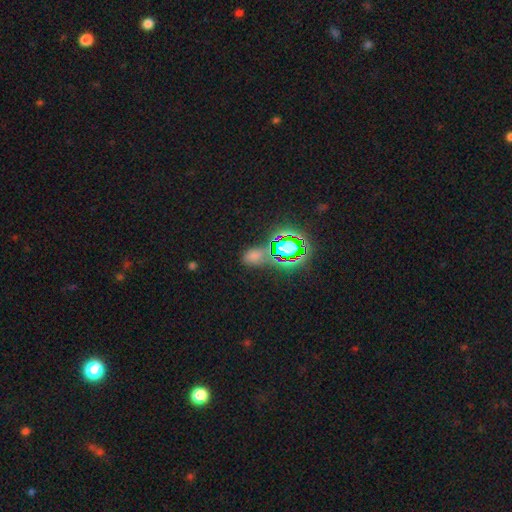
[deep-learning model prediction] This is possibly a star or artifact rather than a galaxy (46%).